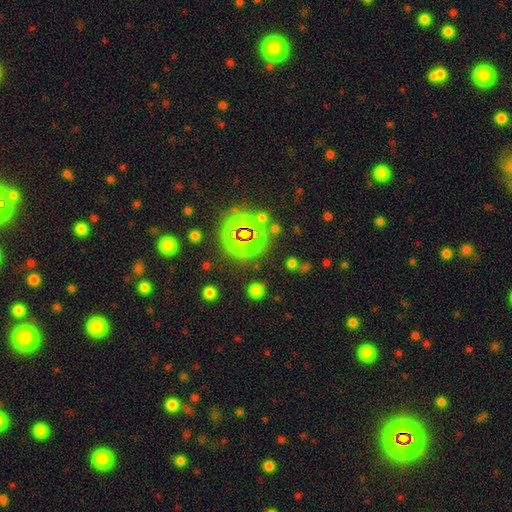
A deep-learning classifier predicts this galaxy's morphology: smooth_or_featured: star or artifact (p=0.74) [alt: smooth p=0.17]